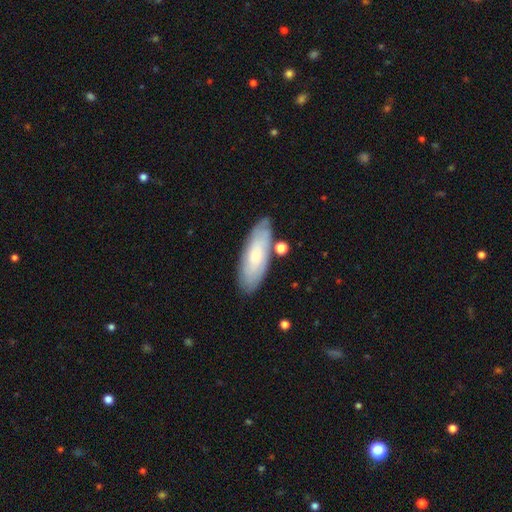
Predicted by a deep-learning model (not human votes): Smooth or featured? smooth (48%)
Merging? none (78%)